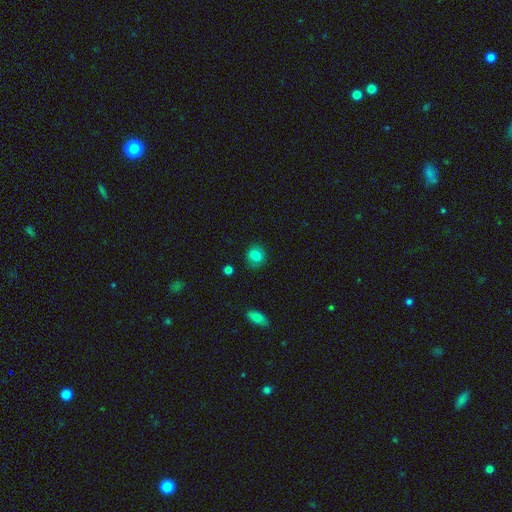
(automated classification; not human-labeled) smooth-or-featured: smooth: 82% | star or artifact: 10% | featured or disk: 8%
  how-rounded: round: 78% | in between: 21% | cigar-shaped: 1%
  merging: none: 85% | minor disturbance: 11% | major disturbance: 3% | merger: 2%